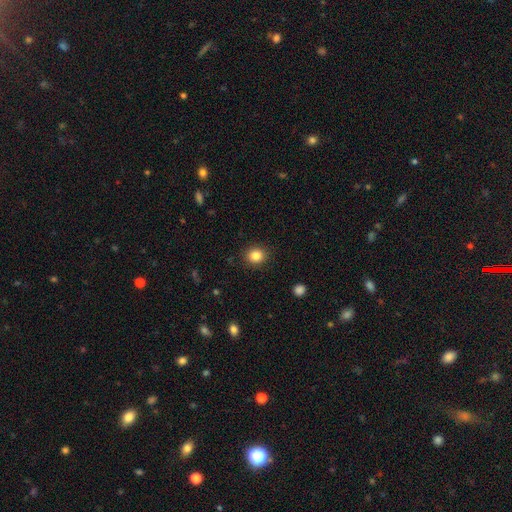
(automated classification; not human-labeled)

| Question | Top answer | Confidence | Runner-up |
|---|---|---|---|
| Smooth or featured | smooth | 85% | star or artifact (10%) |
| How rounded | round | 76% | in between (23%) |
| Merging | none | 90% | minor disturbance (7%) |